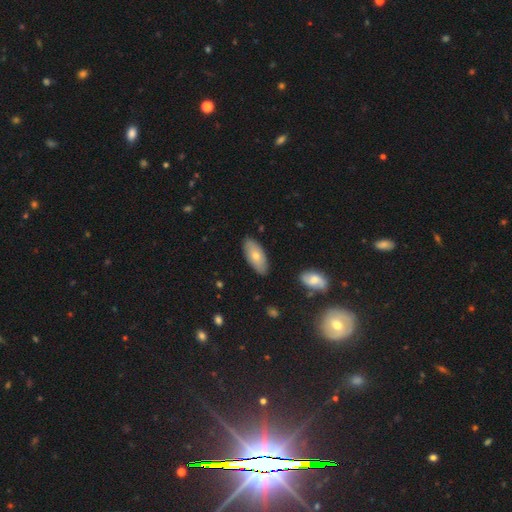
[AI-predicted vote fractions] A smooth galaxy with no disk features (65%) that is in between round and cigar-shaped (88%).

Vote fractions:
- Smooth or featured? smooth: 65% / featured or disk: 27% / star or artifact: 8%
- How rounded? in between: 88% / cigar-shaped: 9% / round: 3%
- Merging? none: 84% / minor disturbance: 12% / major disturbance: 2% / merger: 2%